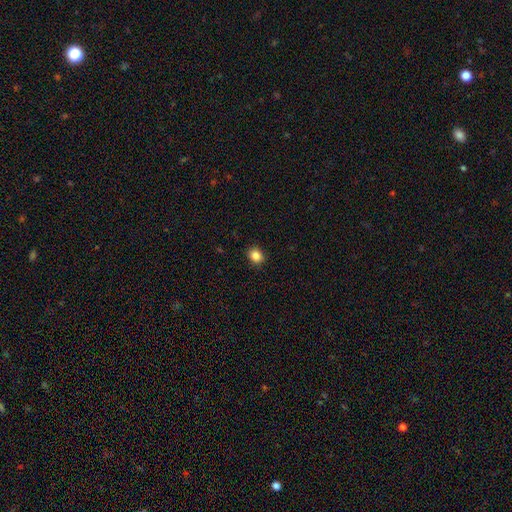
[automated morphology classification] A smooth galaxy with no disk features (85%) that is round (63%). Merging: none (89%).